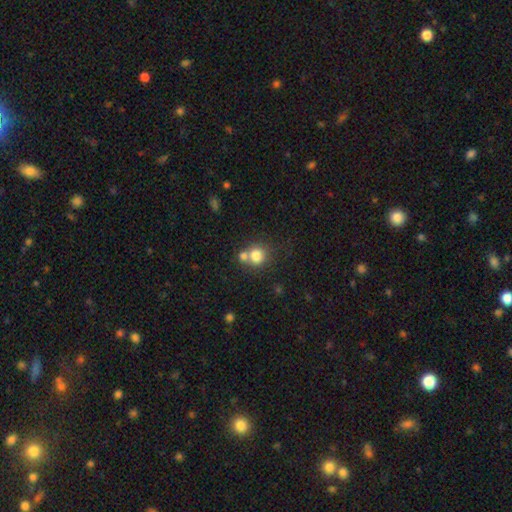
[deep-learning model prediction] Morphology: type=smooth (79%); roundness=round (85%); merging=none (47%).